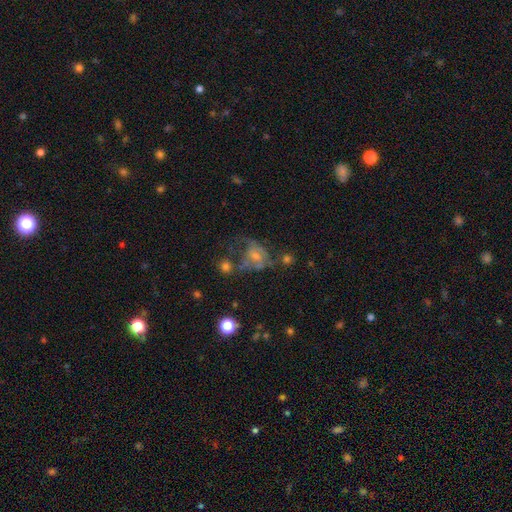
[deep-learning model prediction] Smooth or featured? Predicted: featured or disk (p=0.49). Merging? Predicted: major disturbance (p=0.34).